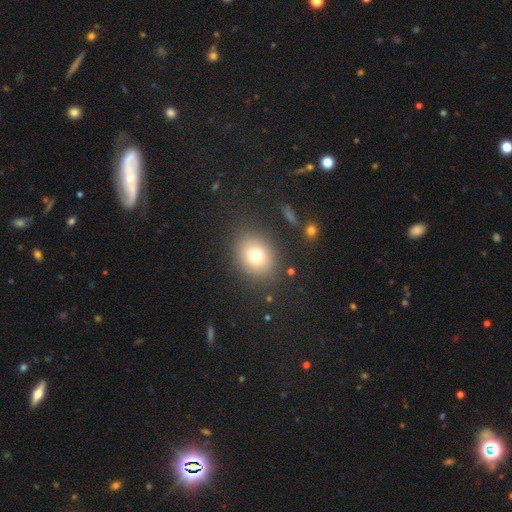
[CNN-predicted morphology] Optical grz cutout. It shows a smooth galaxy with no disk features (73%) that is round (61%). Merging: none (85%).